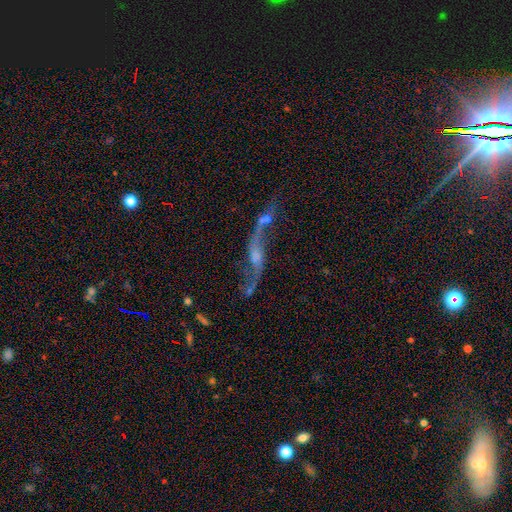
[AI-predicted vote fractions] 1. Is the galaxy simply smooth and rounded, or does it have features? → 80% featured or disk, 10% star or artifact, 10% smooth.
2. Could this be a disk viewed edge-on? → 79% no, 21% yes.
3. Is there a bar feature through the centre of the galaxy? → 53% no, 36% weak, 11% strong.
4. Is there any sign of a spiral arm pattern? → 86% yes, 14% no.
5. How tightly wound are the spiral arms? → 93% loose, 5% medium, 2% tight.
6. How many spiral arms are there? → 89% 2, 5% 1, 3% can't tell, 1% 3, 1% 4, 1% more than 4.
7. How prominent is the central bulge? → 38% small, 32% moderate, 21% none, 6% large, 2% dominant.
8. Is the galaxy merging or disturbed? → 36% none, 34% merger, 15% major disturbance, 14% minor disturbance.